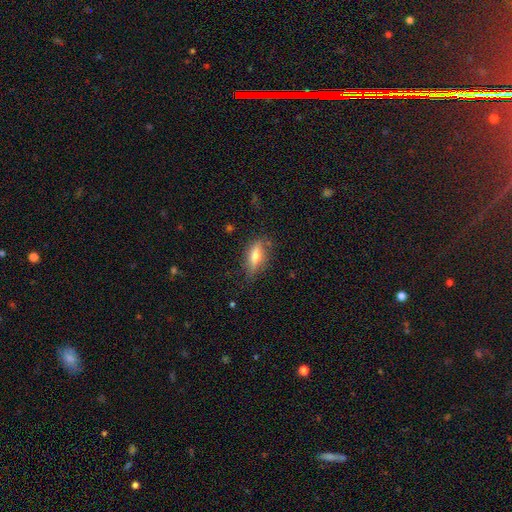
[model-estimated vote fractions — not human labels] Smooth or featured: smooth — 53% (featured or disk — 39%)
How rounded: in between — 57% (cigar-shaped — 39%)
Merging: none — 76% (minor disturbance — 17%)